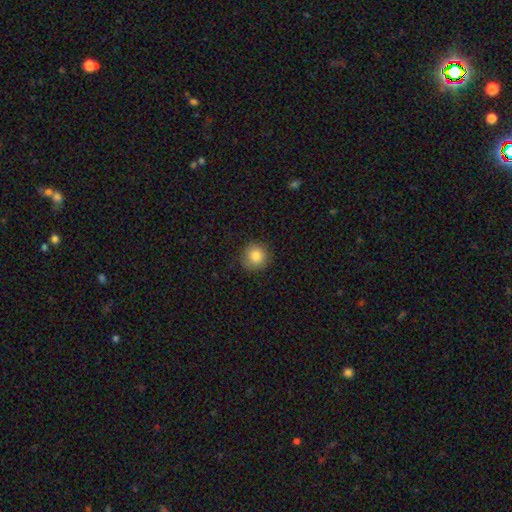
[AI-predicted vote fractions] Smooth or featured? Predicted: smooth (p=0.84). How rounded? Predicted: round (p=0.93). Merging? Predicted: none (p=0.86).